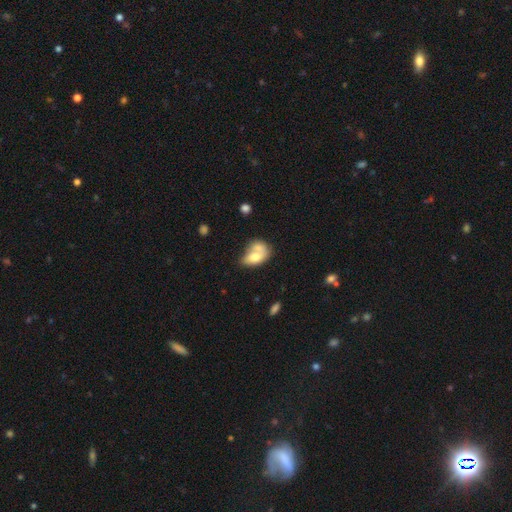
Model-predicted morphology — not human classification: Smooth or featured?
  - smooth: 67% *
  - featured or disk: 26%
  - star or artifact: 7%
How rounded?
  - in between: 82% *
  - round: 16%
  - cigar-shaped: 2%
Merging?
  - merger: 56% *
  - none: 20%
  - minor disturbance: 13%
  - major disturbance: 11%